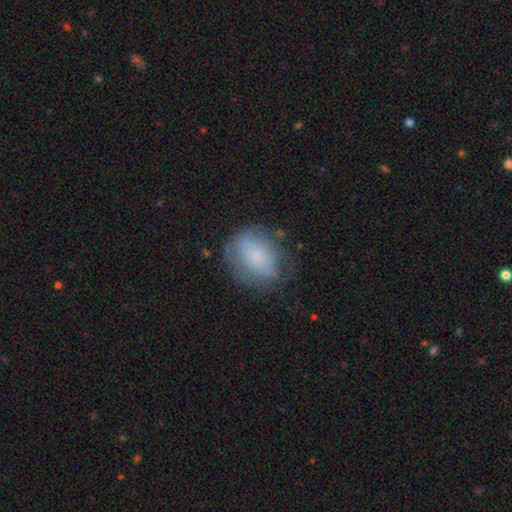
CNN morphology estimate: The model was most divided on "how rounded": in between: 51%, round: 47%, cigar-shaped: 1%. More confident: smooth or featured — smooth (65%); merging — none (62%).